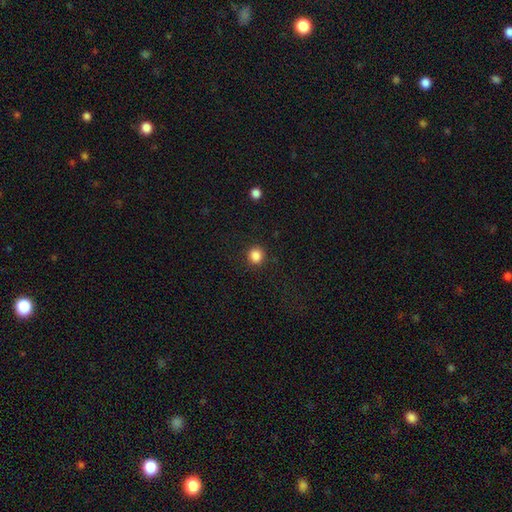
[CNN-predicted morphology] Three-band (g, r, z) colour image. It shows a smooth galaxy with no disk features (87%) that is round (90%). Merging: none (90%).